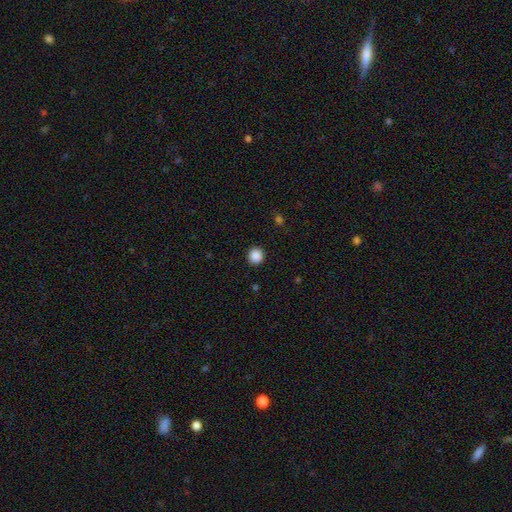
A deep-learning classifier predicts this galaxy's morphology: smooth_or_featured: smooth (p=0.88) [alt: star or artifact p=0.10]
how_rounded: round (p=0.93) [alt: in between p=0.06]
merging: none (p=0.92) [alt: minor disturbance p=0.05]